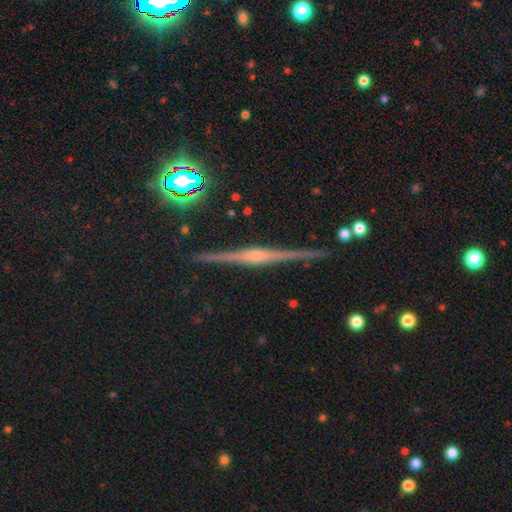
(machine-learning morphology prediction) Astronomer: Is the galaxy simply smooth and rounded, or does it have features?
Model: featured or disk — 85%.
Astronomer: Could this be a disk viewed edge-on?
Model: yes — 98%.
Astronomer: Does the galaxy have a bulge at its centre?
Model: rounded — 70%.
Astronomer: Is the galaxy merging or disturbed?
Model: none — 90%.